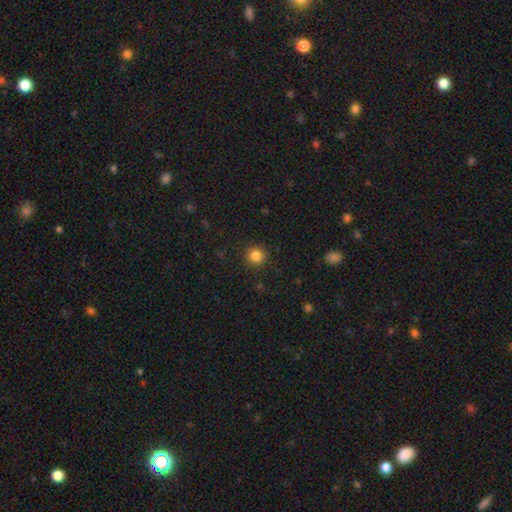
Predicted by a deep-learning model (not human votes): smooth-or-featured: smooth: 84% | star or artifact: 12% | featured or disk: 4%
  how-rounded: round: 94% | in between: 5% | cigar-shaped: 1%
  merging: none: 91% | minor disturbance: 6% | major disturbance: 2% | merger: 1%